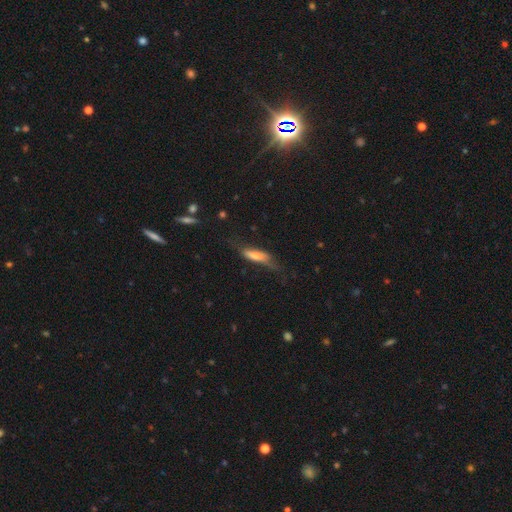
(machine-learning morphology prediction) smooth-or-featured: smooth: 57% | featured or disk: 35% | star or artifact: 7%
  how-rounded: cigar-shaped: 58% | in between: 40% | round: 2%
  merging: none: 47% | minor disturbance: 29% | major disturbance: 21% | merger: 2%